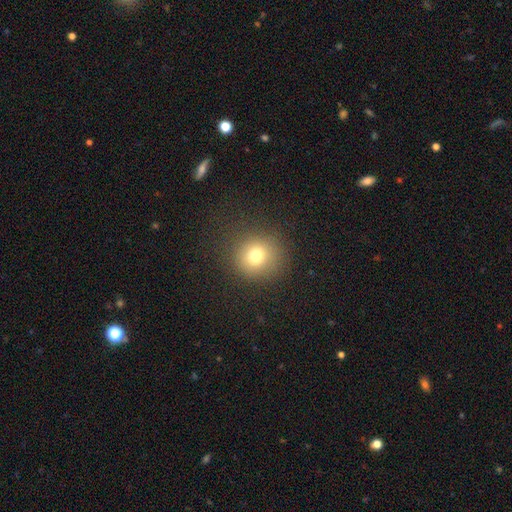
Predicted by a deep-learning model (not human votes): The model was most divided on "smooth or featured": smooth: 76%, star or artifact: 14%, featured or disk: 10%. More confident: how rounded — round (89%); merging — none (87%).